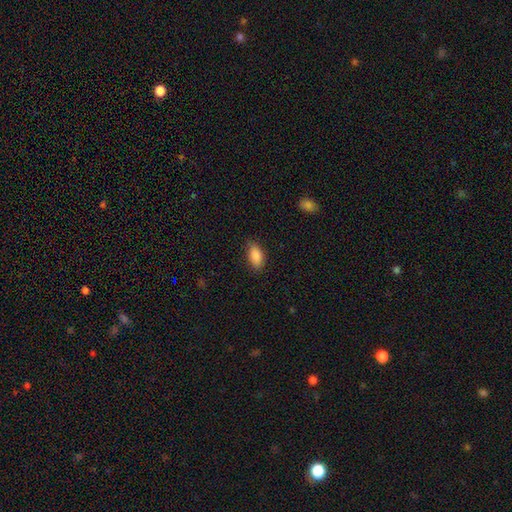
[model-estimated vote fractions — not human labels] This appears to be a smooth galaxy with no disk features (89%) that is in between round and cigar-shaped (91%). Merging: none (83%).